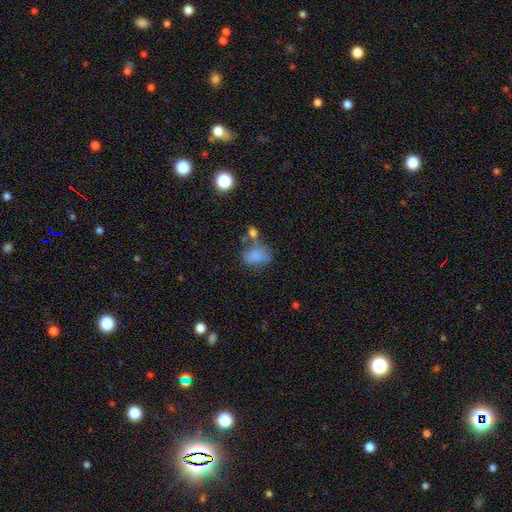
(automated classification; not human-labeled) A smooth galaxy with no disk features (74%) that is in between round and cigar-shaped (72%).

Vote fractions:
- Smooth or featured? smooth: 74% / featured or disk: 15% / star or artifact: 11%
- How rounded? in between: 72% / round: 26% / cigar-shaped: 1%
- Merging? none: 37% / minor disturbance: 24% / merger: 23% / major disturbance: 16%